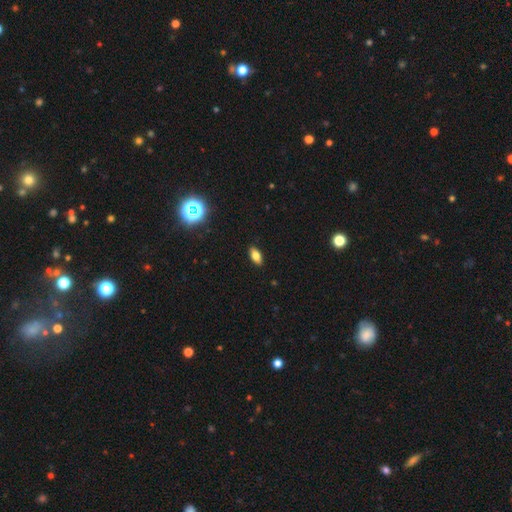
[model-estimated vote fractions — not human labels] smooth_or_featured: smooth (p=0.76) [alt: star or artifact p=0.12]
how_rounded: in between (p=0.88) [alt: cigar-shaped p=0.08]
merging: none (p=0.90) [alt: minor disturbance p=0.08]